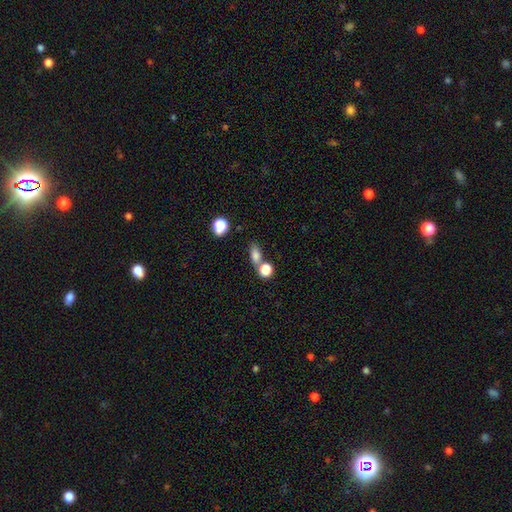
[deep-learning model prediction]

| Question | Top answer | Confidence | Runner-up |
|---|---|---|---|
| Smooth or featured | smooth | 78% | star or artifact (13%) |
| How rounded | in between | 66% | round (25%) |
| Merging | none | 53% | merger (31%) |